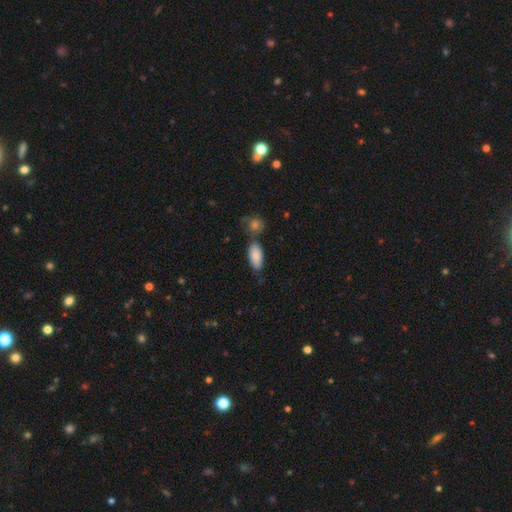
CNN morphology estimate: This is clearly a smooth galaxy (87%). How rounded: clearly in between (88%). Merging: possibly none (59%).